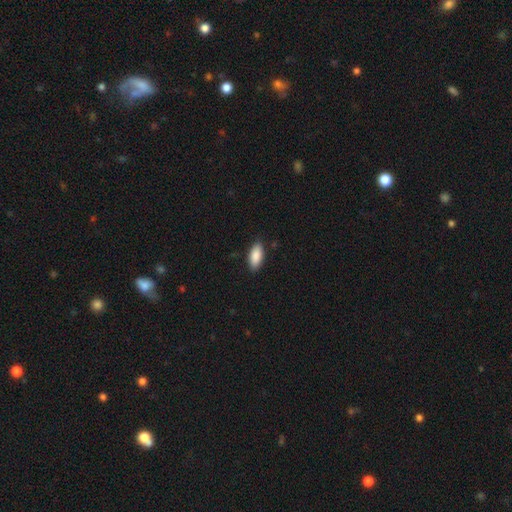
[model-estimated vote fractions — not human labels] smooth_or_featured: smooth (p=0.89) [alt: star or artifact p=0.06]
how_rounded: in between (p=0.89) [alt: cigar-shaped p=0.09]
merging: none (p=0.86) [alt: minor disturbance p=0.11]